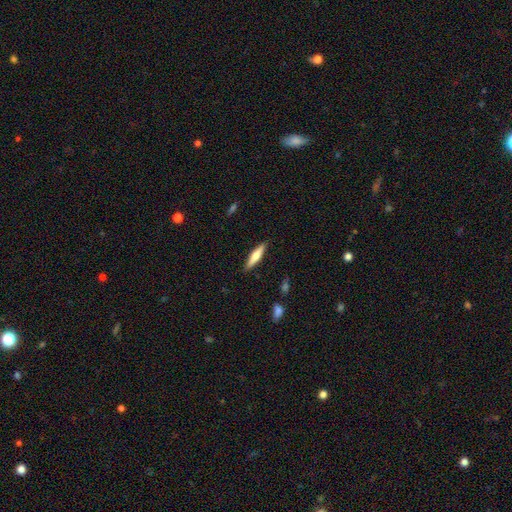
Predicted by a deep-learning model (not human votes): Overall: smooth (51%; featured or disk 43%). How rounded: cigar-shaped (83%). Merging: none (89%).